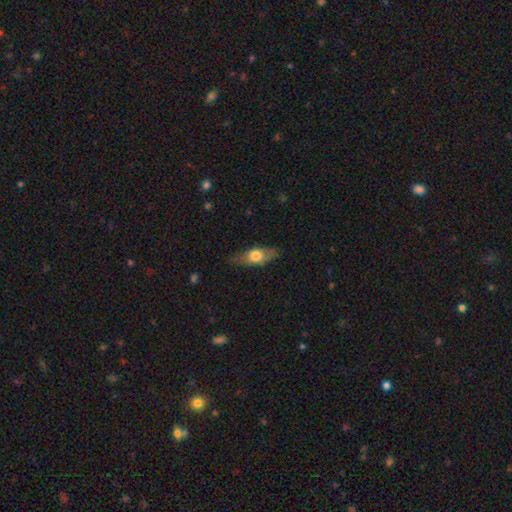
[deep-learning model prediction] smooth-or-featured: smooth: 57% | featured or disk: 36% | star or artifact: 6%
  how-rounded: in between: 68% | cigar-shaped: 25% | round: 7%
  merging: none: 76% | minor disturbance: 18% | major disturbance: 5% | merger: 1%